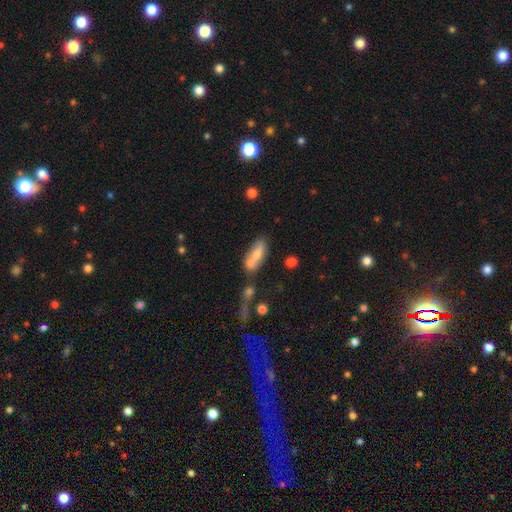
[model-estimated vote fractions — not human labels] Morphology: type=smooth (65%); roundness=in between (73%); merging=none (42%).